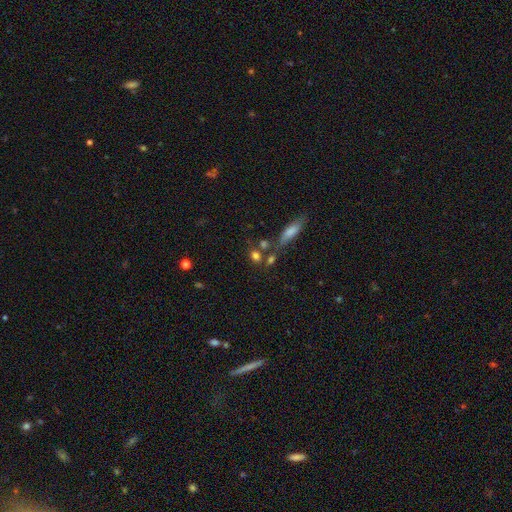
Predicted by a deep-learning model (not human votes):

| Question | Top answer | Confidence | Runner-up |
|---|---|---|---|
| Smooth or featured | smooth | 76% | star or artifact (14%) |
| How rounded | round | 53% | in between (40%) |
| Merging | none | 59% | merger (23%) |